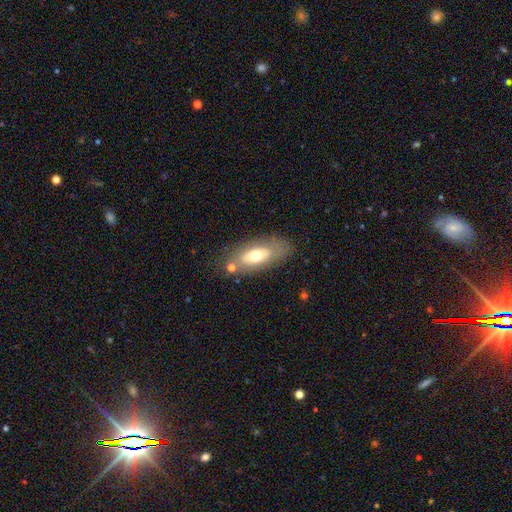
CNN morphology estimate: This appears to be a smooth galaxy with no disk features (56%) that is in between round and cigar-shaped (82%). Merging: none (73%).